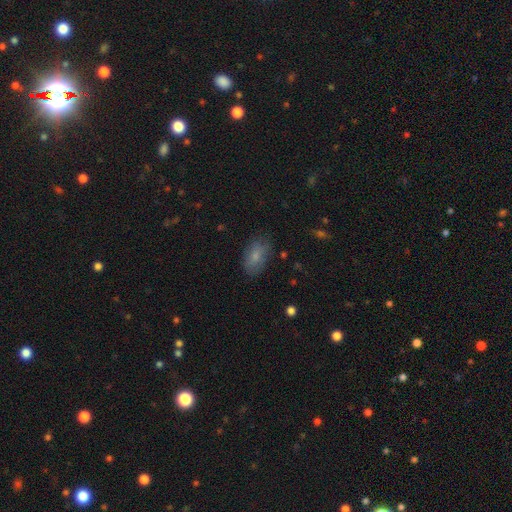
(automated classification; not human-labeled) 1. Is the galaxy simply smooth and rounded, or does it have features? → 77% smooth, 15% featured or disk, 8% star or artifact.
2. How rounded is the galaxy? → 91% in between, 6% round, 3% cigar-shaped.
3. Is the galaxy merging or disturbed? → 75% none, 18% minor disturbance, 5% major disturbance, 1% merger.